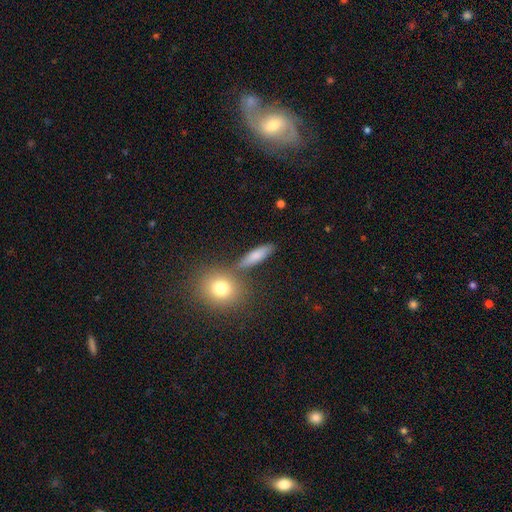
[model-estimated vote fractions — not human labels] Smooth or featured? smooth (76%)
How rounded? cigar-shaped (56%)
Merging? none (75%)